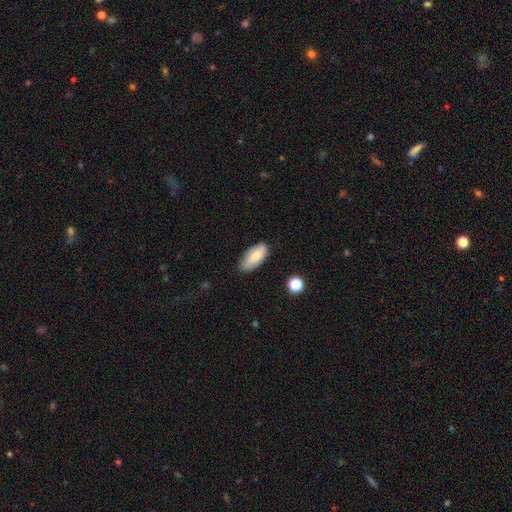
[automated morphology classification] Smooth or featured?
  - smooth: 75% *
  - featured or disk: 18%
  - star or artifact: 7%
How rounded?
  - in between: 89% *
  - cigar-shaped: 8%
  - round: 2%
Merging?
  - none: 74% *
  - minor disturbance: 21%
  - major disturbance: 4%
  - merger: 2%